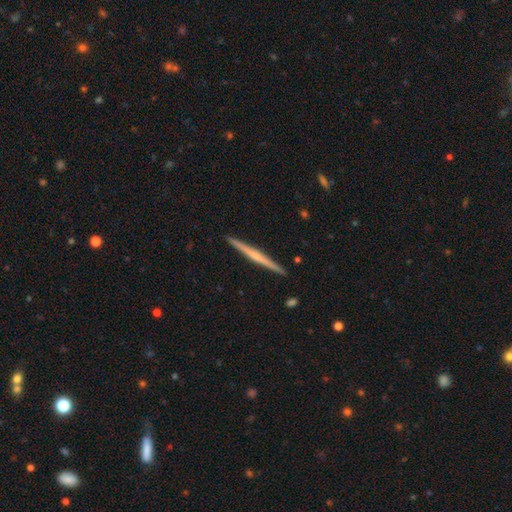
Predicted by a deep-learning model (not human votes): smooth-or-featured: featured or disk: 66% | smooth: 29% | star or artifact: 5%
  disk-edge-on: yes: 98% | no: 2%
    edge-on-bulge: none: 46% | rounded: 43% | boxy: 10%
  merging: none: 93% | minor disturbance: 5% | major disturbance: 1% | merger: 1%